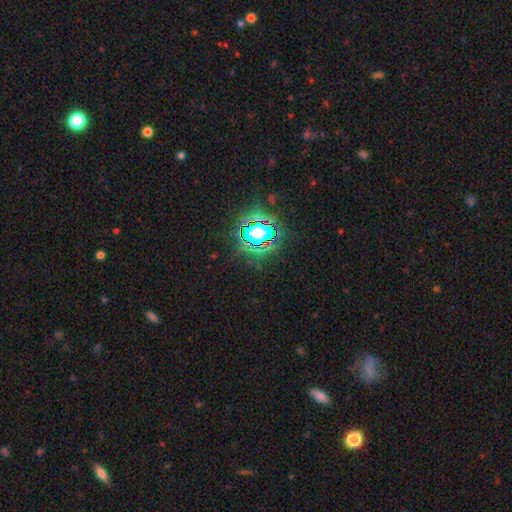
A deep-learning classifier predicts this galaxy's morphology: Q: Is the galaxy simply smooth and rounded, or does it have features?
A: star or artifact — 83%.